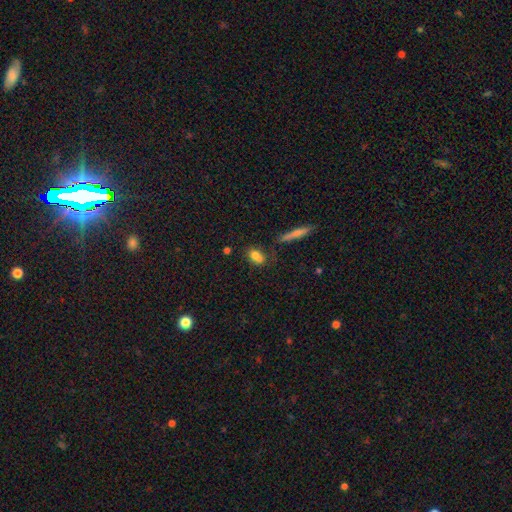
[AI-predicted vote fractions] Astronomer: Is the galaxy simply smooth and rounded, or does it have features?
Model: smooth — 75%.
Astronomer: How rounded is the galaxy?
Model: in between — 70%.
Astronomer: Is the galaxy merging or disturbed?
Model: none — 54%.